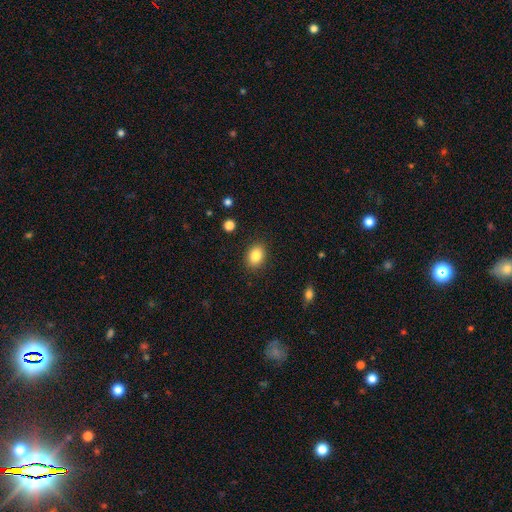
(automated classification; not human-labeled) This is clearly a smooth galaxy (85%). How rounded: likely in between (66%). Merging: clearly none (88%).